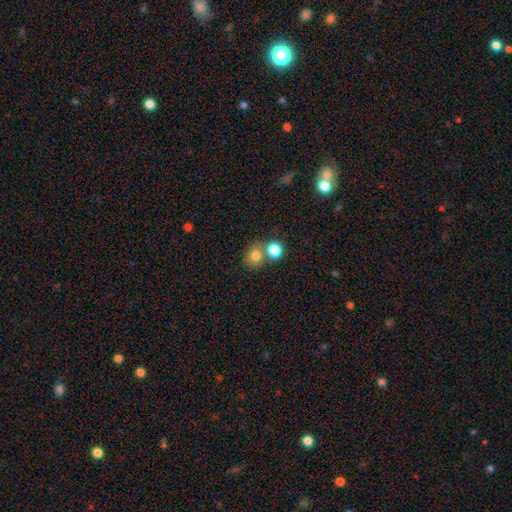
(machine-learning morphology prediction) smooth-or-featured: smooth: 79% | star or artifact: 12% | featured or disk: 10%
  how-rounded: round: 78% | in between: 21% | cigar-shaped: 1%
  merging: none: 48% | merger: 40% | minor disturbance: 8% | major disturbance: 4%